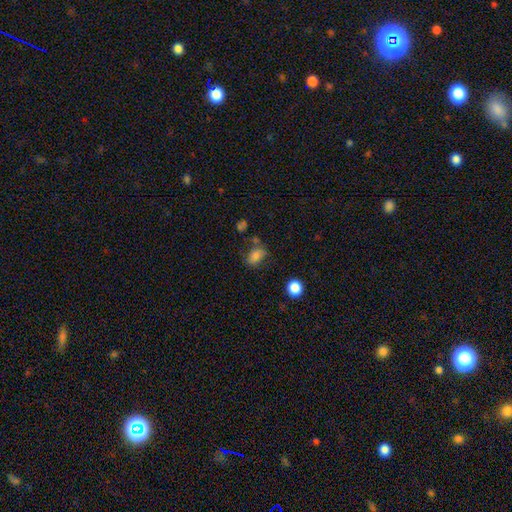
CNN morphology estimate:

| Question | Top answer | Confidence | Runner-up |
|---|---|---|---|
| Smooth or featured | smooth | 80% | star or artifact (11%) |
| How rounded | in between | 77% | round (21%) |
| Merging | none | 60% | minor disturbance (22%) |